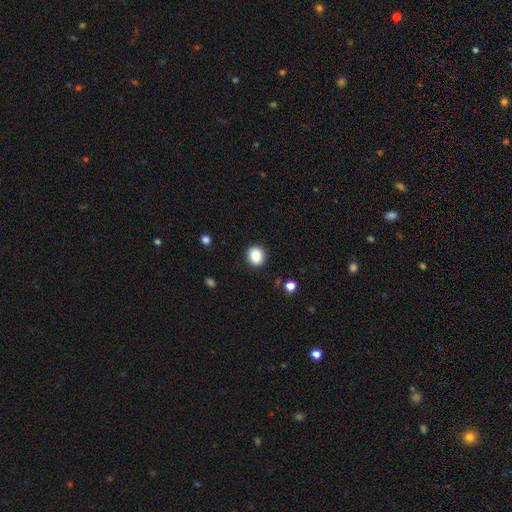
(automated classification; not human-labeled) A smooth galaxy with no disk features (87%) that is round (76%). Merging: none (89%).